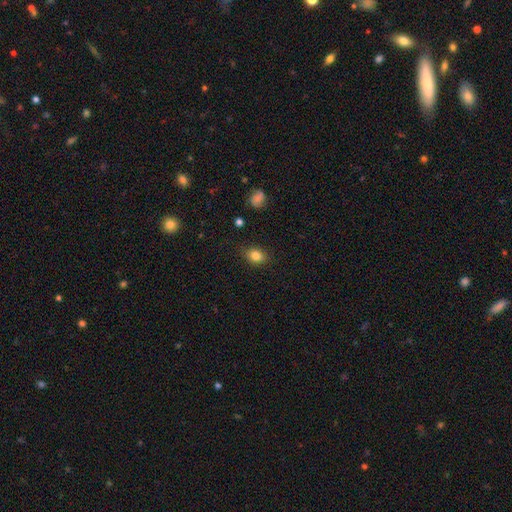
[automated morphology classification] type=smooth (83%); roundness=in between (63%); merging=none (82%).